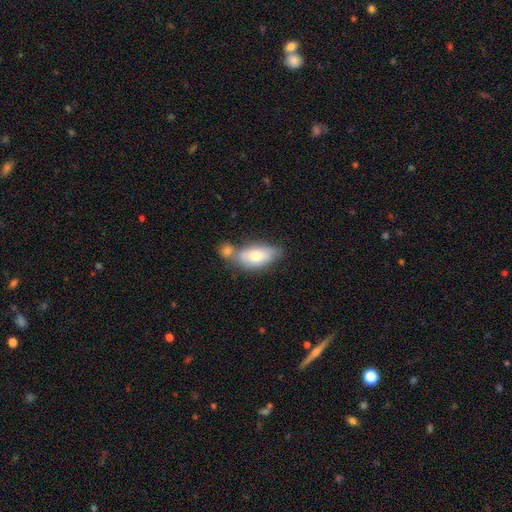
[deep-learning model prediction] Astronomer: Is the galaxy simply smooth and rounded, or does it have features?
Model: smooth — 71%.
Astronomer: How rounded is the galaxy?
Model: in between — 88%.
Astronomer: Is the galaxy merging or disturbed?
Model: none — 40% (runner-up: merger, 38%).